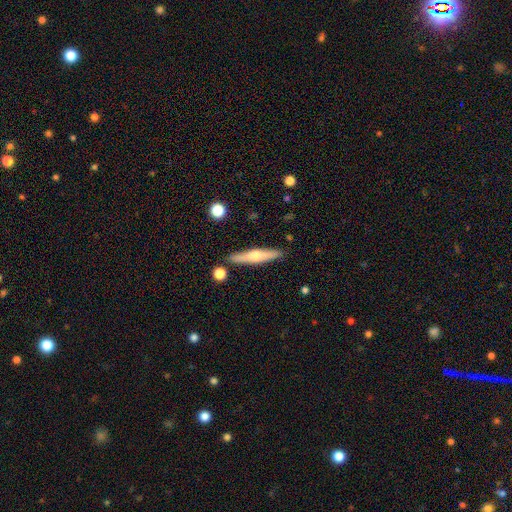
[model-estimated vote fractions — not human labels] A featured or disk galaxy (52%) viewed edge-on (95%).

Vote fractions:
- Smooth or featured? featured or disk: 52% / smooth: 42% / star or artifact: 6%
- Edge-on disk? yes: 95% / no: 5%
- Merging? none: 86% / minor disturbance: 9% / merger: 3% / major disturbance: 2%